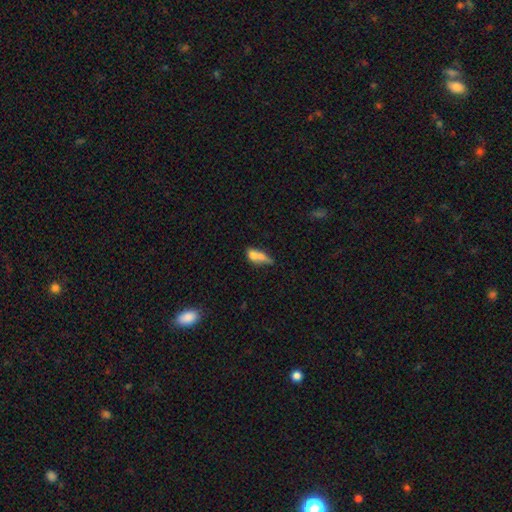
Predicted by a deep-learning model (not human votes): Smooth or featured? smooth (63%)
How rounded? in between (65%)
Merging? merger (51%)